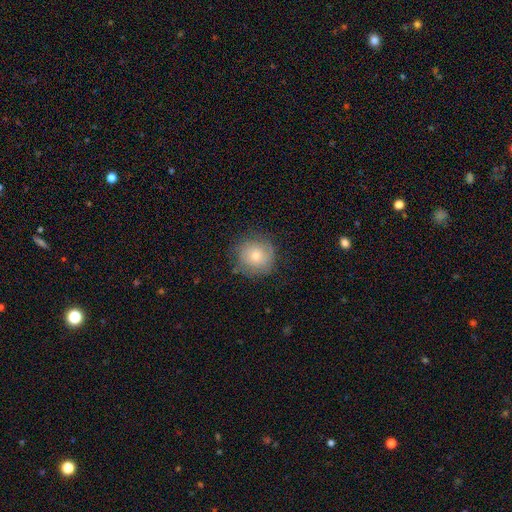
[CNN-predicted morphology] Q: Smooth or featured?
A: smooth (68%); runner-up: featured or disk (23%)
Q: How rounded?
A: round (94%); runner-up: in between (5%)
Q: Merging?
A: none (79%); runner-up: minor disturbance (16%)